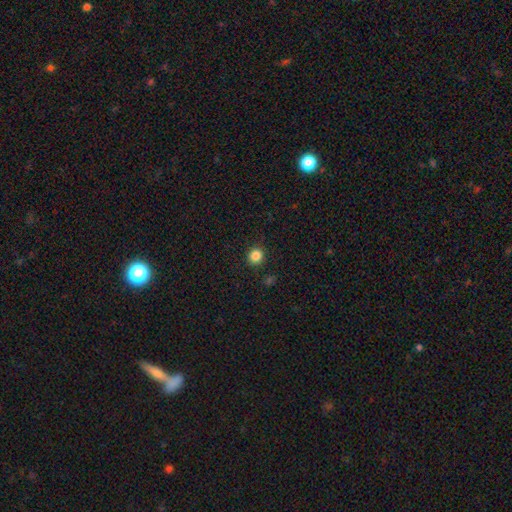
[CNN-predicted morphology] smooth 85%, star or artifact 11%, featured or disk 4%. Down the decision tree: how rounded — round (87%); merging — none (90%).